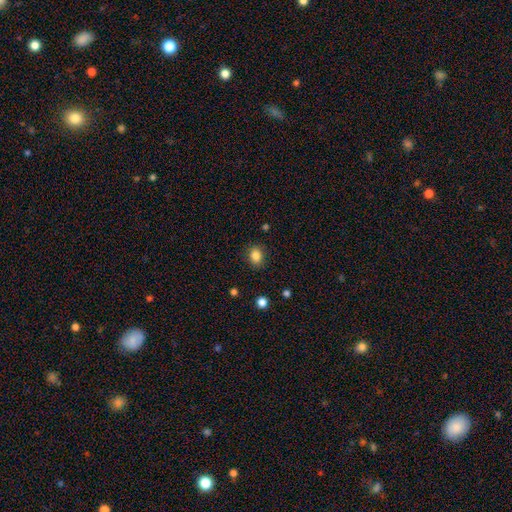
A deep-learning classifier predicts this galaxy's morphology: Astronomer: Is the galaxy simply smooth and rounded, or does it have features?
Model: smooth — 85%.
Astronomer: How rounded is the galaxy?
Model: round — 55% (runner-up: in between, 44%).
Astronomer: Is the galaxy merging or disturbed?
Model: none — 86%.